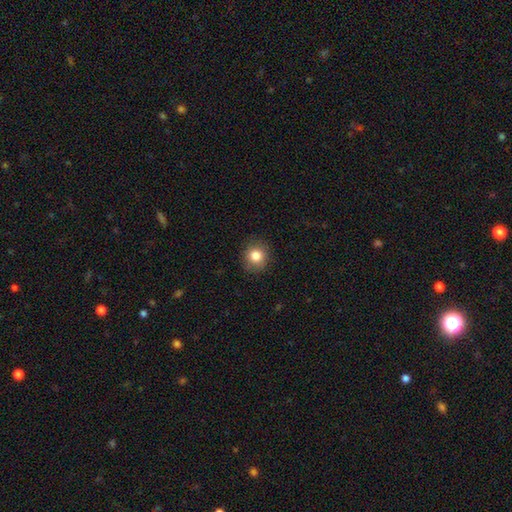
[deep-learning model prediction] Smooth or featured? smooth (83%)
How rounded? round (87%)
Merging? none (87%)